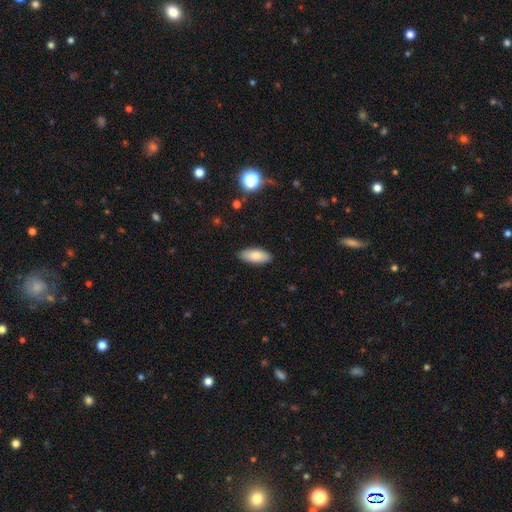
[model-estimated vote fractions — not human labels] smooth-or-featured: smooth: 83% | featured or disk: 11% | star or artifact: 7%
  how-rounded: in between: 84% | cigar-shaped: 13% | round: 2%
  merging: none: 88% | minor disturbance: 9% | major disturbance: 2% | merger: 1%